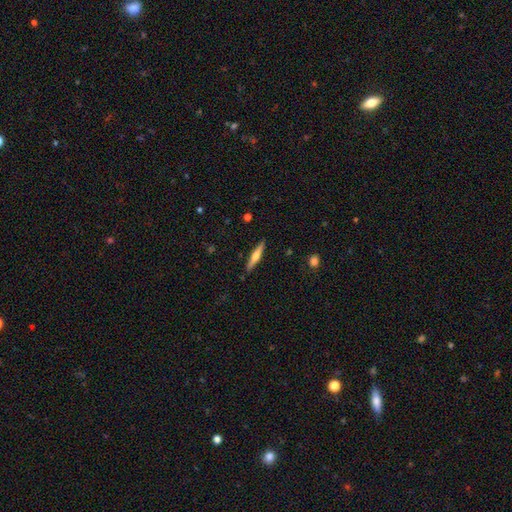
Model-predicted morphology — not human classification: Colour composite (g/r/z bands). It shows a featured or disk galaxy (51%) viewed edge-on (96%). Merging: none (90%).